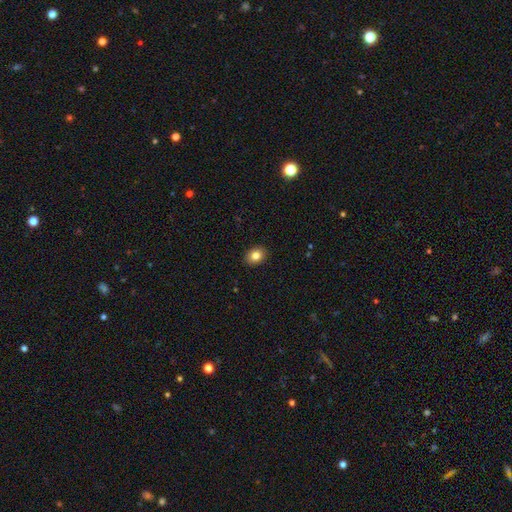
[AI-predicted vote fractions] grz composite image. It shows a smooth galaxy with no disk features (83%) that is in between round and cigar-shaped (63%). Merging: none (90%).